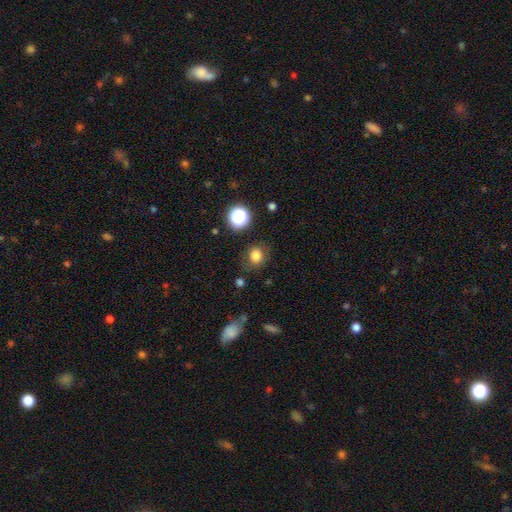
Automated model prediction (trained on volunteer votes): smooth_or_featured: smooth (p=0.78) [alt: star or artifact p=0.13]
how_rounded: round (p=0.70) [alt: in between p=0.29]
merging: none (p=0.76) [alt: minor disturbance p=0.16]